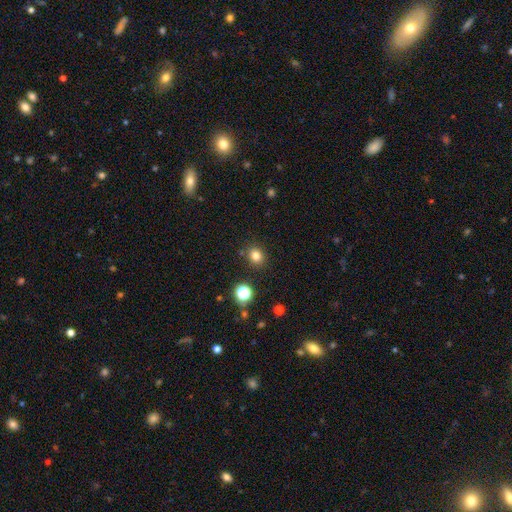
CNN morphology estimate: The model was most divided on "how rounded": round: 71%, in between: 28%, cigar-shaped: 1%. More confident: merging — none (86%); smooth or featured — smooth (80%).